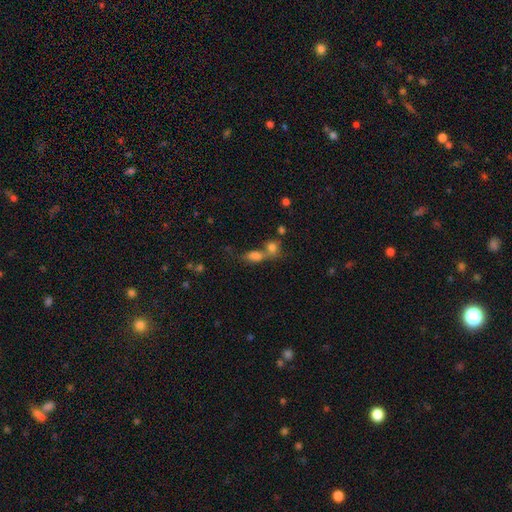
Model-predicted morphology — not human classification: The model was most divided on "merging": merger: 53%, none: 32%, minor disturbance: 9%, major disturbance: 6%. More confident: how rounded — in between (74%); smooth or featured — smooth (72%).